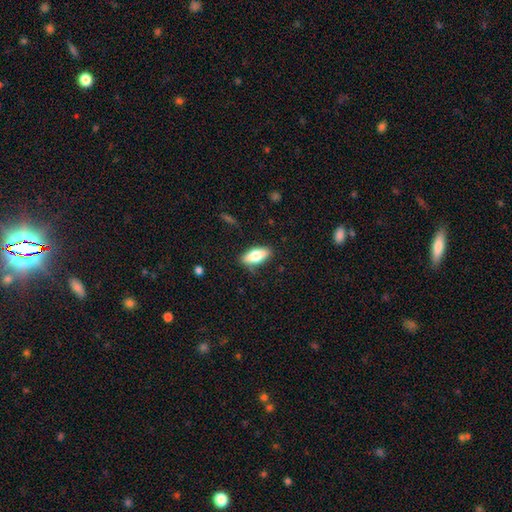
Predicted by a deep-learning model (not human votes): smooth 73%, featured or disk 20%, star or artifact 7%. Down the decision tree: how rounded — in between (81%); merging — none (83%).